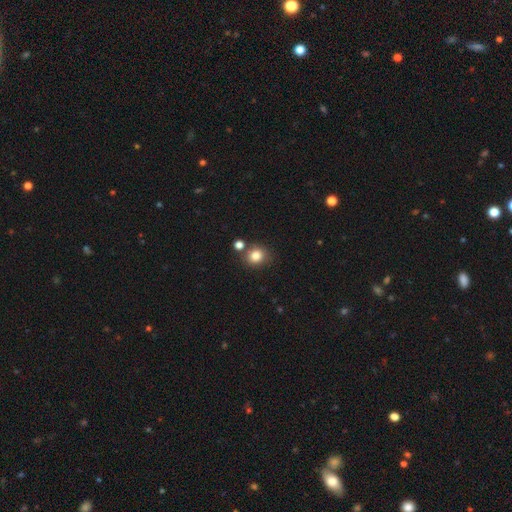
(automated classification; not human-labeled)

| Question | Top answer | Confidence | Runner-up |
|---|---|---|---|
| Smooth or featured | smooth | 82% | star or artifact (12%) |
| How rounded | round | 82% | in between (17%) |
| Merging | none | 73% | merger (13%) |